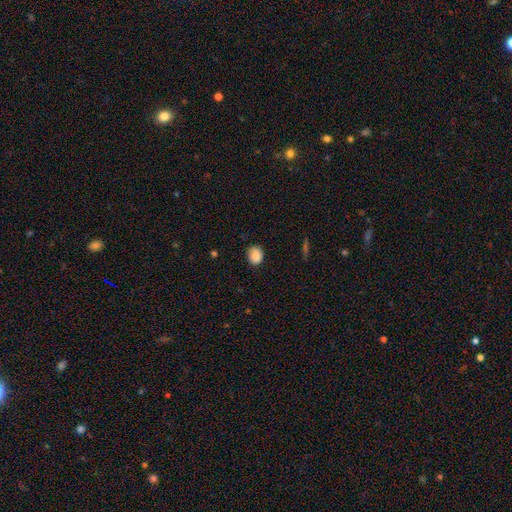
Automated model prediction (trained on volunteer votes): This is clearly a smooth galaxy (88%). How rounded: possibly round (50%). Merging: clearly none (83%).